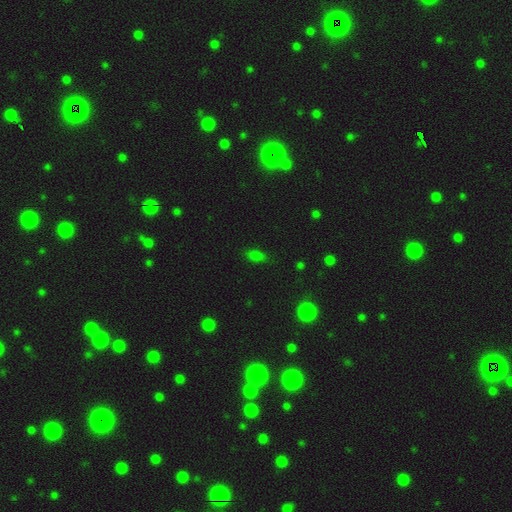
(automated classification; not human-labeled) Smooth or featured?
  - smooth: 72% *
  - star or artifact: 20%
  - featured or disk: 8%
How rounded?
  - in between: 82% *
  - round: 9%
  - cigar-shaped: 9%
Merging?
  - none: 80% *
  - minor disturbance: 15%
  - major disturbance: 4%
  - merger: 2%